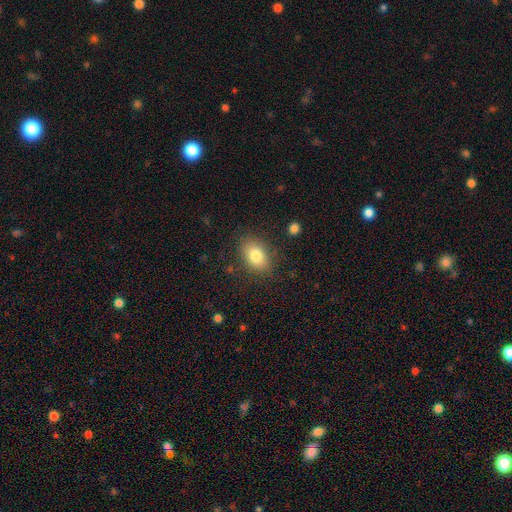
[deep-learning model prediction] This is clearly a smooth galaxy (81%). How rounded: likely in between (80%). Merging: clearly none (83%).